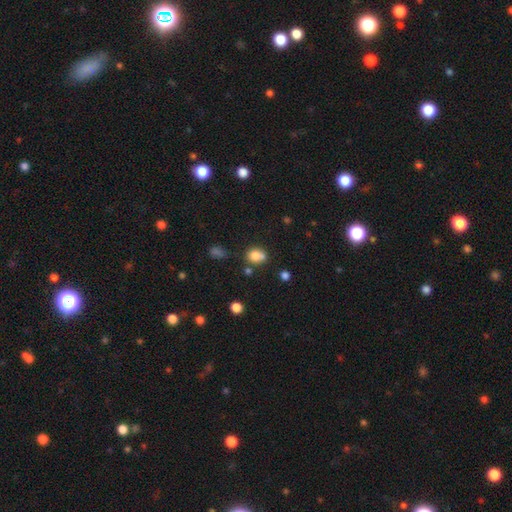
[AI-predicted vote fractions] Overall: smooth (78%). How rounded: round (54%; in between 45%). Merging: none (46%; merger 29%).